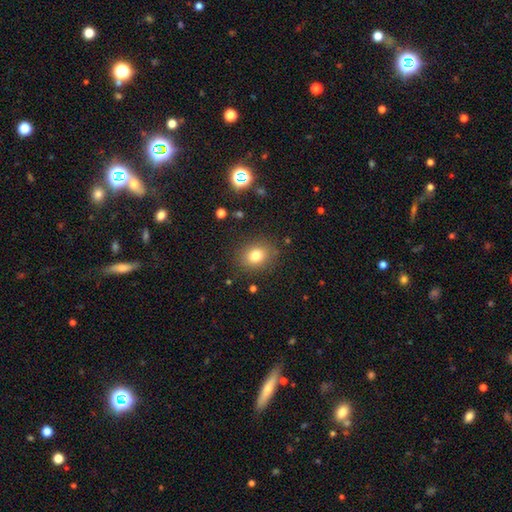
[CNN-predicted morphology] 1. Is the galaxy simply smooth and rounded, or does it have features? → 78% smooth, 13% star or artifact, 9% featured or disk.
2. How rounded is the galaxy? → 56% round, 43% in between, 1% cigar-shaped.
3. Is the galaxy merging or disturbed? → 85% none, 10% minor disturbance, 3% major disturbance, 2% merger.